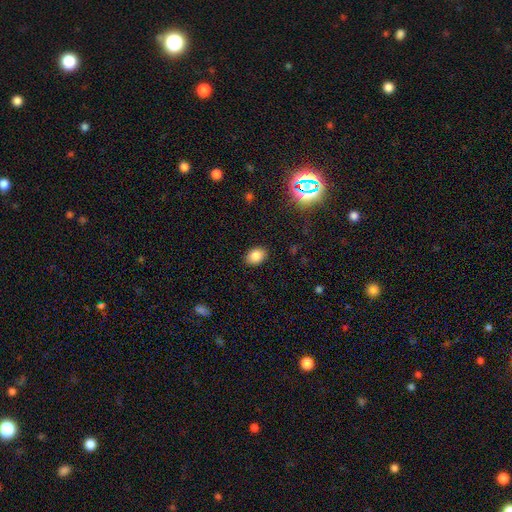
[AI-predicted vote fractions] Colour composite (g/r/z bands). It shows a smooth galaxy with no disk features (84%) that is in between round and cigar-shaped (74%). Merging: none (88%).